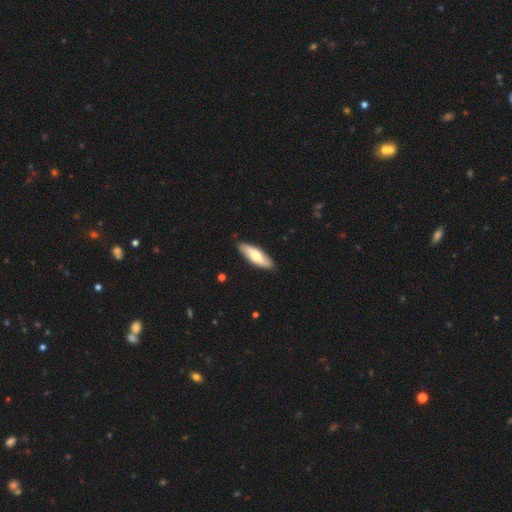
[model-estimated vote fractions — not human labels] This is likely a smooth galaxy (63%). How rounded: possibly in between (57%). Merging: clearly none (88%).